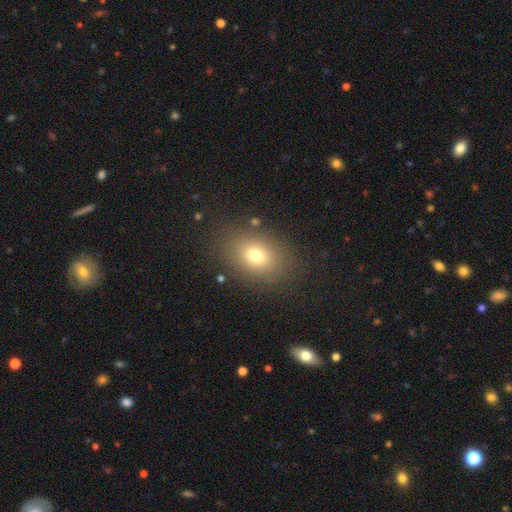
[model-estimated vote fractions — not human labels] A smooth galaxy with no disk features (73%) that is in between round and cigar-shaped (66%). Merging: none (83%).